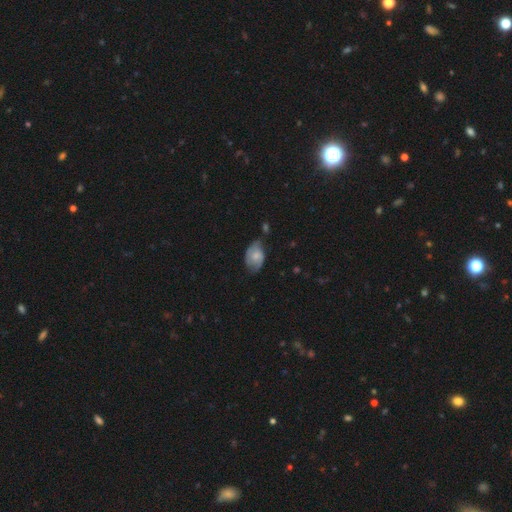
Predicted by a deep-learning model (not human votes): Overall: smooth (50%; featured or disk 43%). Merging: none (51%; minor disturbance 35%).